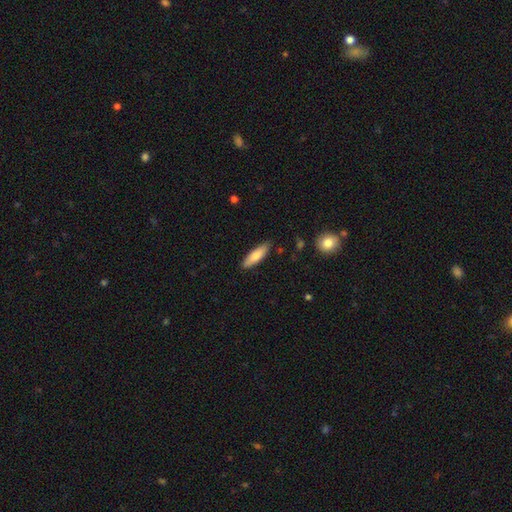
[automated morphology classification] The model was most divided on "how rounded": cigar-shaped: 57%, in between: 42%, round: 2%. More confident: merging — none (86%); smooth or featured — smooth (77%).